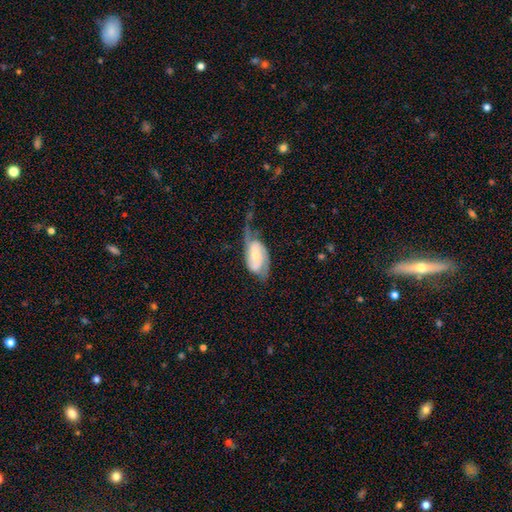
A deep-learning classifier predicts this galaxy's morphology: The model was most divided on "bar": no: 41%, weak: 40%, strong: 19%. Remaining: edge-on disk — no (96%); spiral arms — yes (92%); spiral arm count — 2 (79%); smooth or featured — featured or disk (75%); bulge size — small (48%); spiral winding — medium (41%); merging — major disturbance (36%).